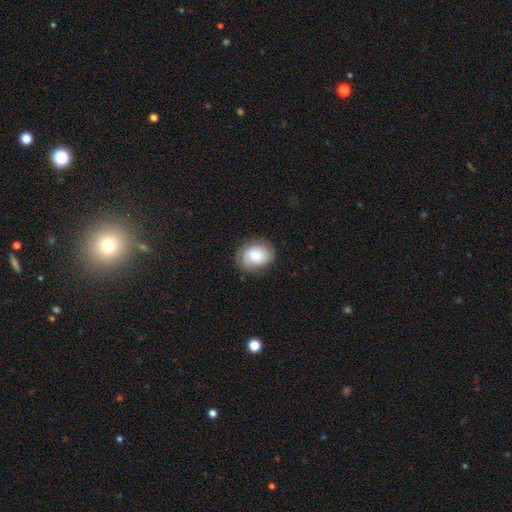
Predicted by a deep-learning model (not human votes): Morphology: type=smooth (74%); roundness=in between (57%); merging=none (79%).